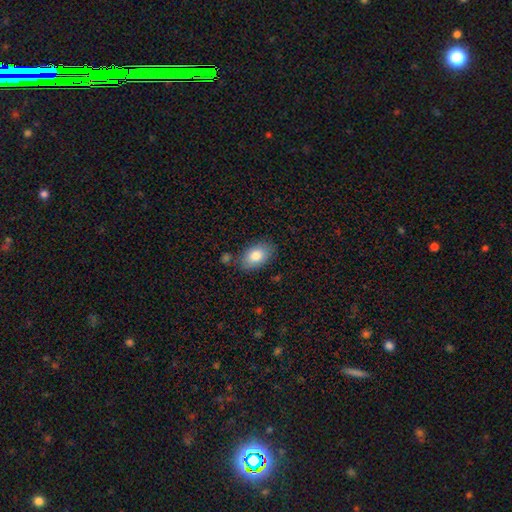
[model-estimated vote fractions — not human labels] Smooth or featured: smooth — 83% (featured or disk — 10%)
How rounded: in between — 91% (round — 8%)
Merging: none — 80% (minor disturbance — 14%)